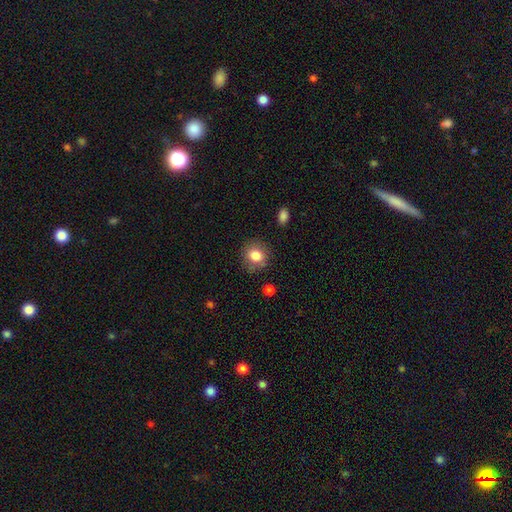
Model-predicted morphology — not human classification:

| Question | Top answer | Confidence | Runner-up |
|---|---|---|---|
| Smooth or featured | smooth | 82% | star or artifact (10%) |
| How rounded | round | 77% | in between (22%) |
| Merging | none | 81% | minor disturbance (13%) |